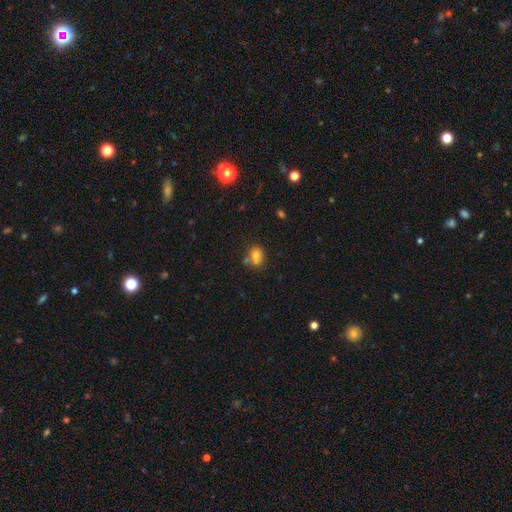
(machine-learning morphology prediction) A smooth galaxy with no disk features (71%) that is round (55%).

Vote fractions:
- Smooth or featured? smooth: 71% / featured or disk: 15% / star or artifact: 14%
- How rounded? round: 55% / in between: 43% / cigar-shaped: 1%
- Merging? none: 47% / merger: 36% / minor disturbance: 13% / major disturbance: 4%